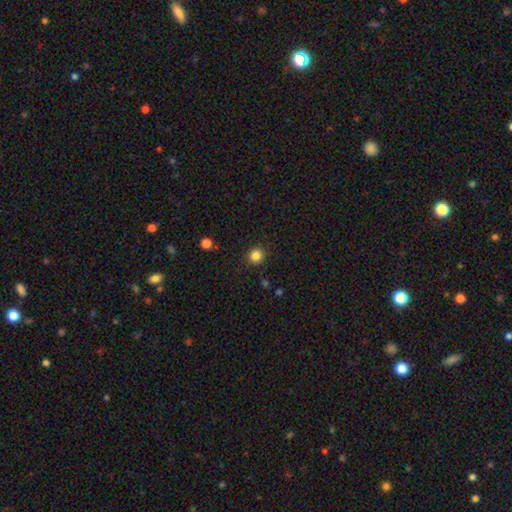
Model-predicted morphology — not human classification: This appears to be a smooth galaxy with no disk features (84%) that is round (91%). Merging: none (91%).